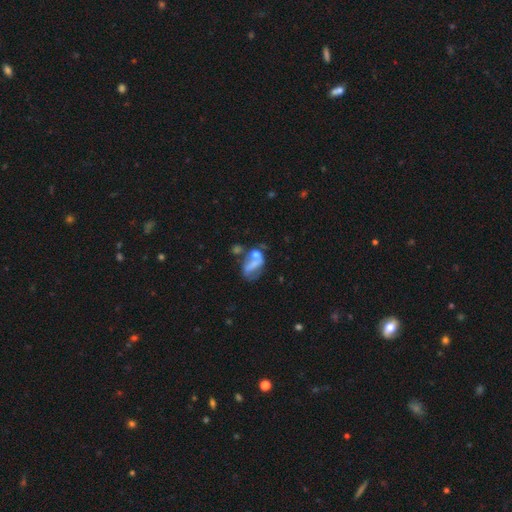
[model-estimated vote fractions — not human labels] A featured or disk galaxy (43%, tied with smooth).

Vote fractions:
- Smooth or featured? featured or disk: 43% (tied) / smooth: 43% (tied) / star or artifact: 14%
- Merging? merger: 40% / major disturbance: 26% / none: 20% / minor disturbance: 14%